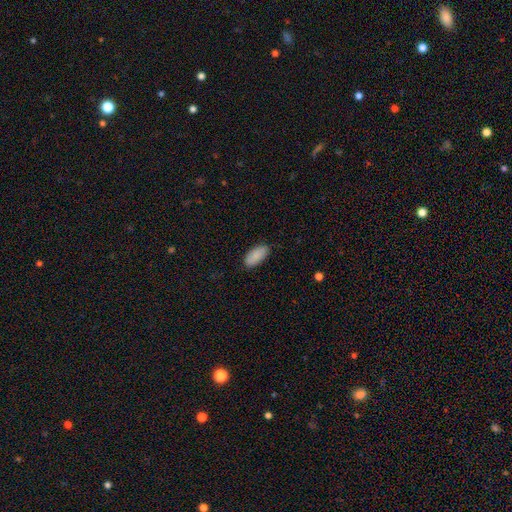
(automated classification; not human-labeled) Overall: smooth (89%). How rounded: in between (91%). Merging: none (85%).